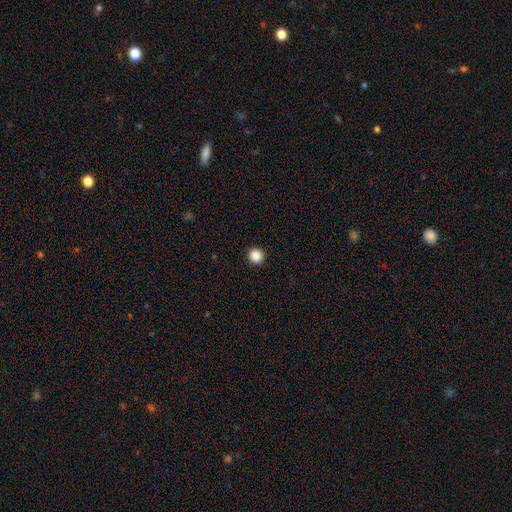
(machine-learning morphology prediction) This appears to be a smooth galaxy with no disk features (87%) that is round (95%). Merging: none (94%).